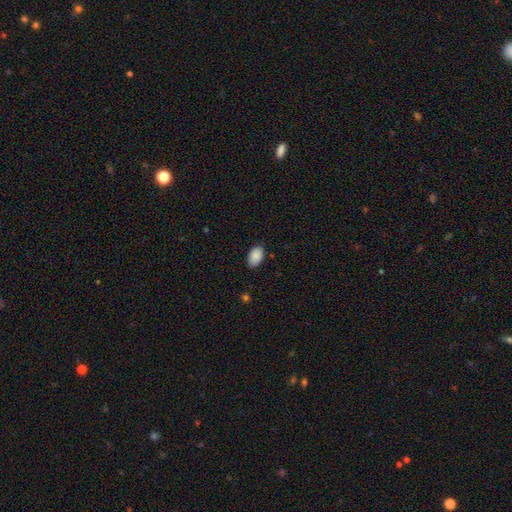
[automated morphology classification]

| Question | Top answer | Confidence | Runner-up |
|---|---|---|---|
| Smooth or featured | smooth | 89% | star or artifact (7%) |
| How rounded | in between | 91% | round (8%) |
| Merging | none | 83% | minor disturbance (14%) |